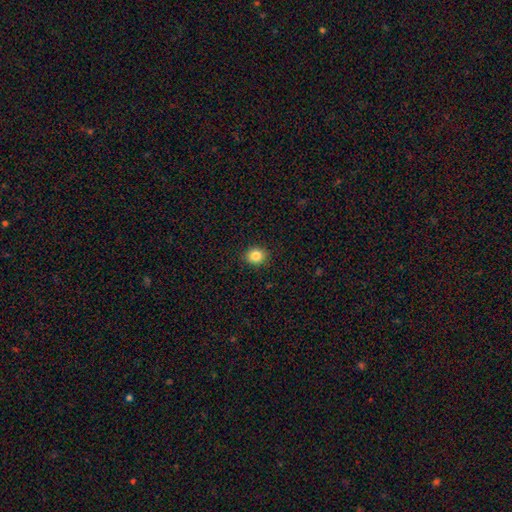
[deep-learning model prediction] This is clearly a smooth galaxy (84%). How rounded: likely round (71%). Merging: clearly none (90%).